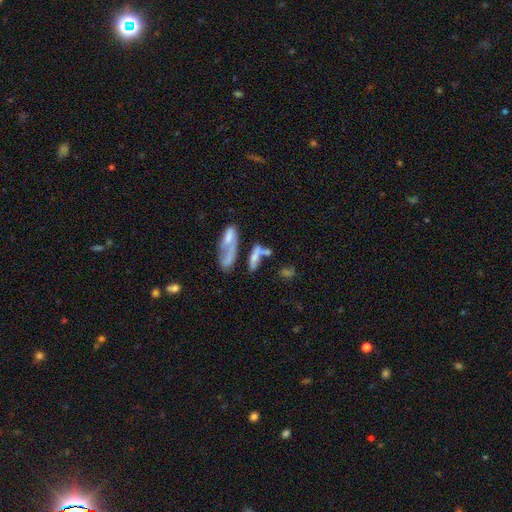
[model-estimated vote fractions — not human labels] This is possibly a smooth galaxy (56%). How rounded: possibly cigar-shaped (53%). Merging: possibly merger (50%).